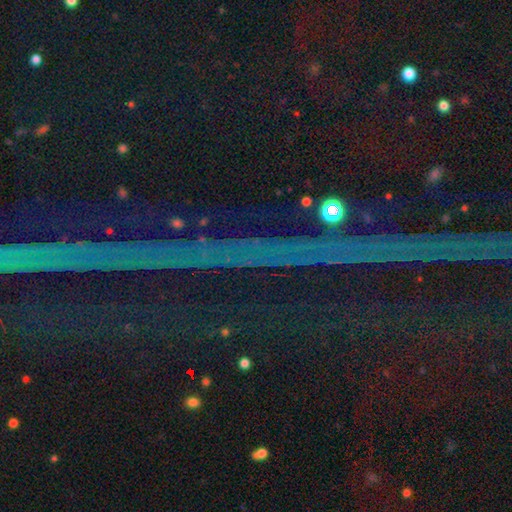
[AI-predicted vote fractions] smooth-or-featured: star or artifact: 87% | featured or disk: 7% | smooth: 6%